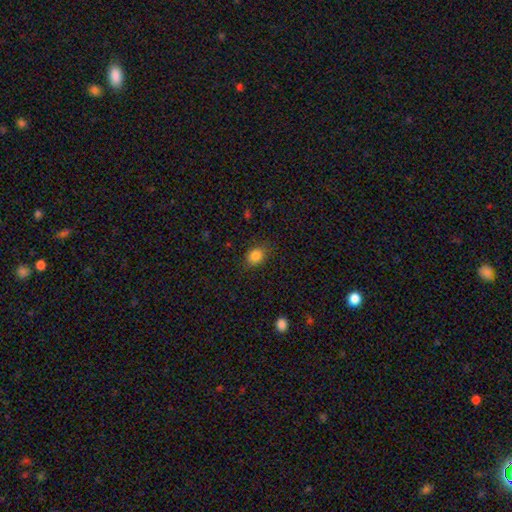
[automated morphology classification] Smooth or featured? Predicted: smooth (p=0.85). How rounded? Predicted: in between (p=0.54). Merging? Predicted: none (p=0.83).